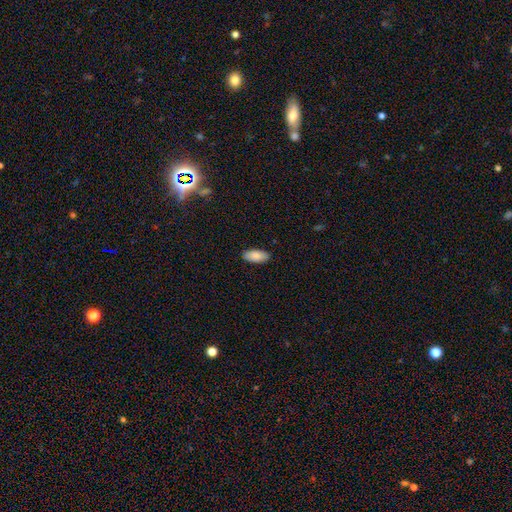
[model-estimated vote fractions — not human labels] Smooth or featured? Predicted: smooth (p=0.88). How rounded? Predicted: in between (p=0.89). Merging? Predicted: none (p=0.89).